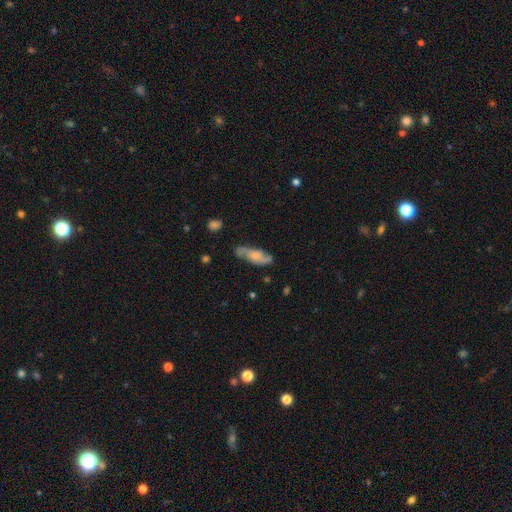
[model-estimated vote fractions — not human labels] smooth-or-featured: featured or disk: 62% | smooth: 32% | star or artifact: 6%
  disk-edge-on: no: 85% | yes: 15%
    bar: no: 68% | weak: 26% | strong: 5%
    has-spiral-arms: yes: 88% | no: 12%
    bulge-size: small: 46% | moderate: 40% | none: 8% | large: 5% | dominant: 1%
  merging: none: 69% | minor disturbance: 22% | major disturbance: 7% | merger: 3%